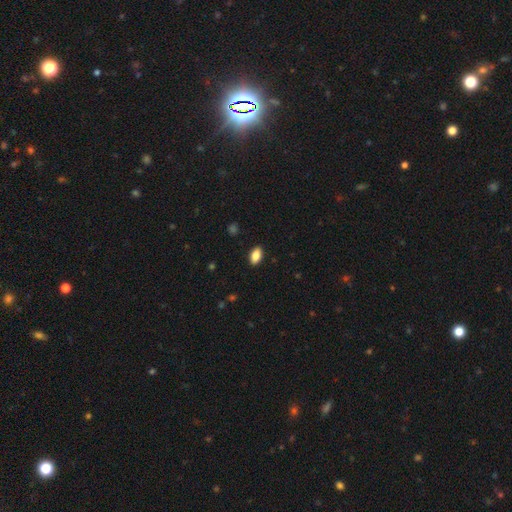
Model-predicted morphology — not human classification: This is clearly a smooth galaxy (86%). How rounded: clearly in between (92%). Merging: clearly none (90%).